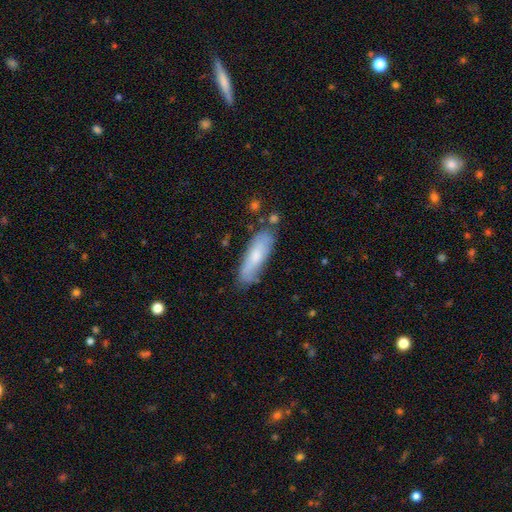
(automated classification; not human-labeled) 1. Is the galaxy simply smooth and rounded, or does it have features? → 61% smooth, 32% featured or disk, 6% star or artifact.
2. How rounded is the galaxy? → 50% in between, 48% cigar-shaped, 2% round.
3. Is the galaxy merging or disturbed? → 70% none, 21% minor disturbance, 5% major disturbance, 4% merger.